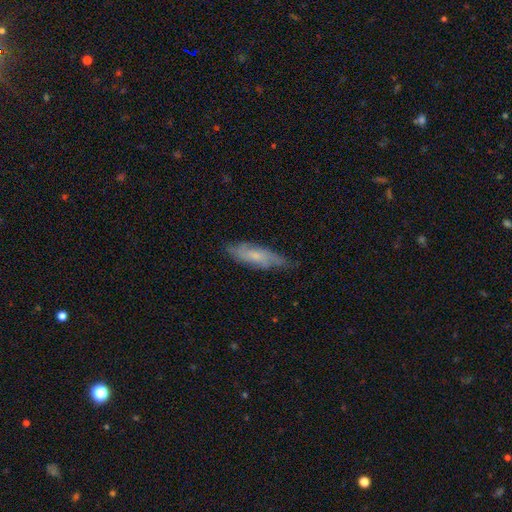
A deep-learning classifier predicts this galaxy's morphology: smooth_or_featured: featured or disk (p=0.54) [alt: smooth p=0.39]
disk_edge_on: no (p=0.73) [alt: yes p=0.27]
merging: none (p=0.70) [alt: minor disturbance p=0.24]